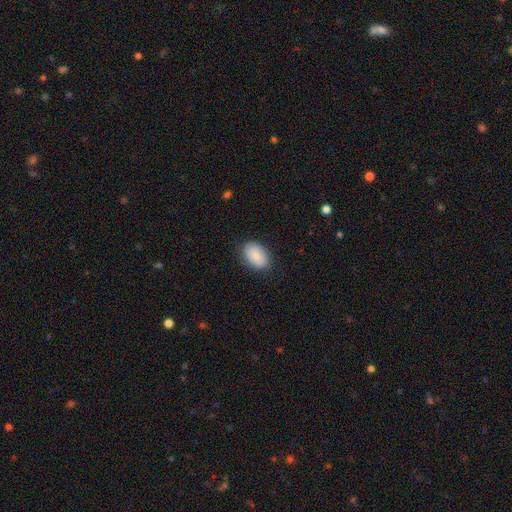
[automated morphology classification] smooth 76%, featured or disk 17%, star or artifact 7%. Down the decision tree: how rounded — in between (85%); merging — none (83%).